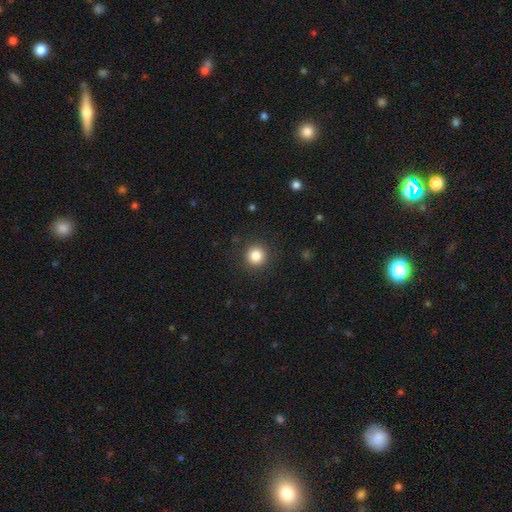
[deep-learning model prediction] Smooth or featured? smooth (84%)
How rounded? round (94%)
Merging? none (91%)